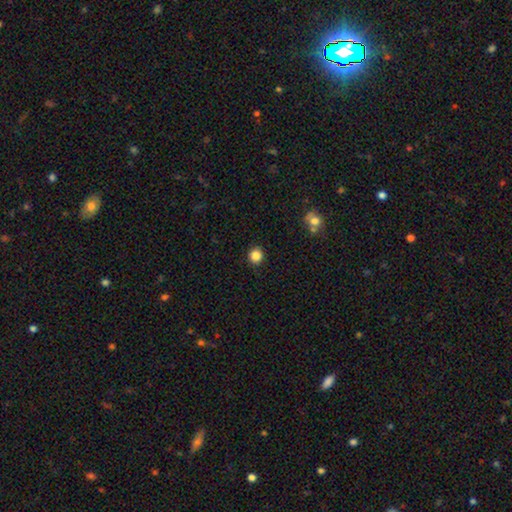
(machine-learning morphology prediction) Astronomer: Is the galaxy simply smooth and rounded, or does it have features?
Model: smooth — 85%.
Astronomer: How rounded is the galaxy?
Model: round — 92%.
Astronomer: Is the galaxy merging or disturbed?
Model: none — 92%.